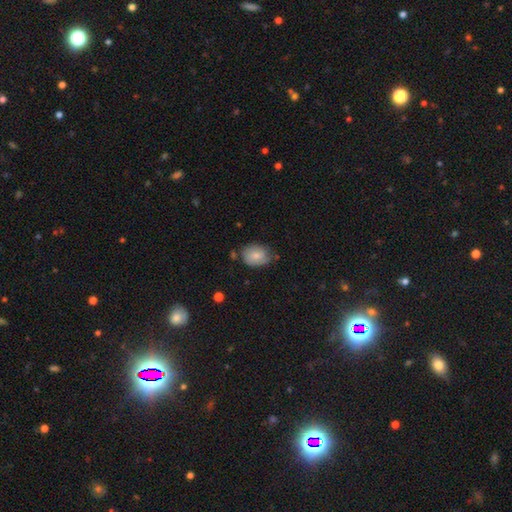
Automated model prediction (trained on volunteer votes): Smooth or featured? Predicted: smooth (p=0.68). How rounded? Predicted: in between (p=0.60). Merging? Predicted: none (p=0.60).